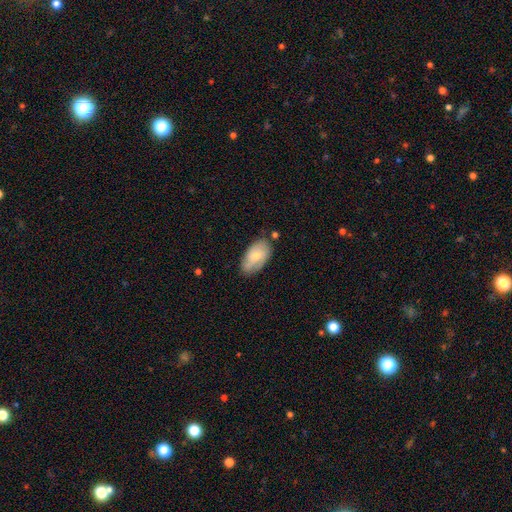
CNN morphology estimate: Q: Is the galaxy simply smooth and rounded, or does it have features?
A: smooth — 66%.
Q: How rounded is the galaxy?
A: in between — 94%.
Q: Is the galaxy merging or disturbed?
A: none — 68%.